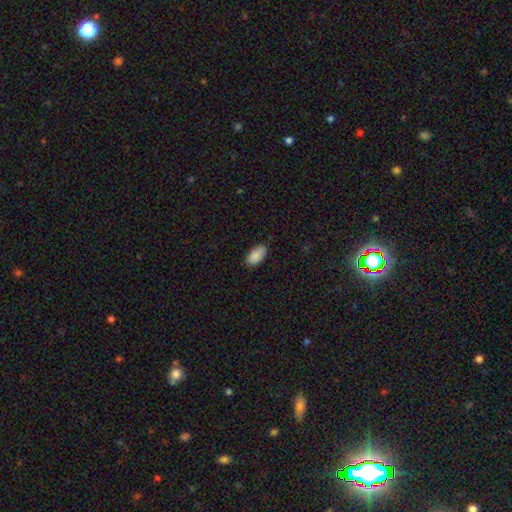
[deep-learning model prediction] Q: Smooth or featured?
A: smooth (90%); runner-up: star or artifact (7%)
Q: How rounded?
A: in between (95%); runner-up: cigar-shaped (3%)
Q: Merging?
A: none (82%); runner-up: minor disturbance (15%)